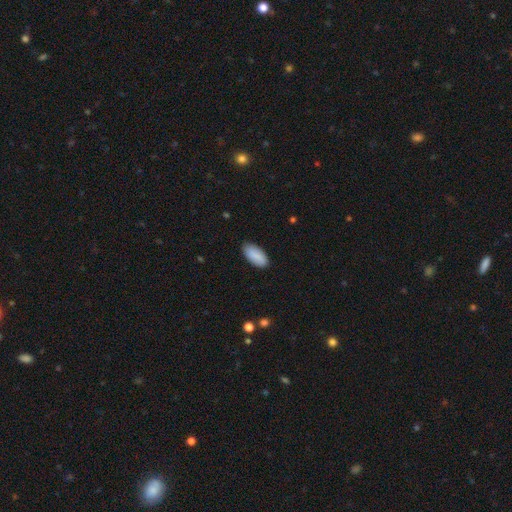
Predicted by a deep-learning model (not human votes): Overall: smooth (88%). How rounded: in between (91%). Merging: none (85%).